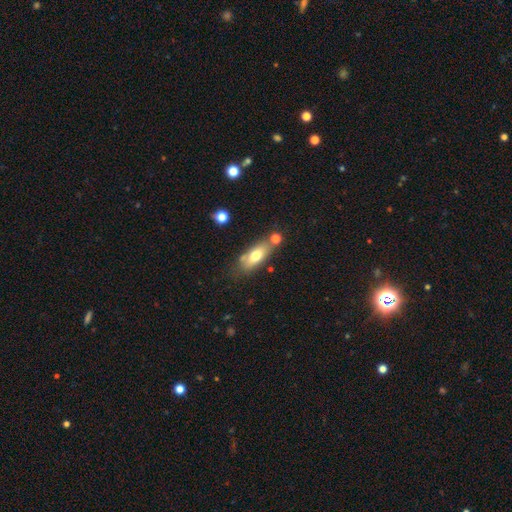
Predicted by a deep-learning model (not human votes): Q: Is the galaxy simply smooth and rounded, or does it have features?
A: smooth — 68%.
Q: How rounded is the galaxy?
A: in between — 76%.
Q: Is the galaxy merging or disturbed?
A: none — 64%.